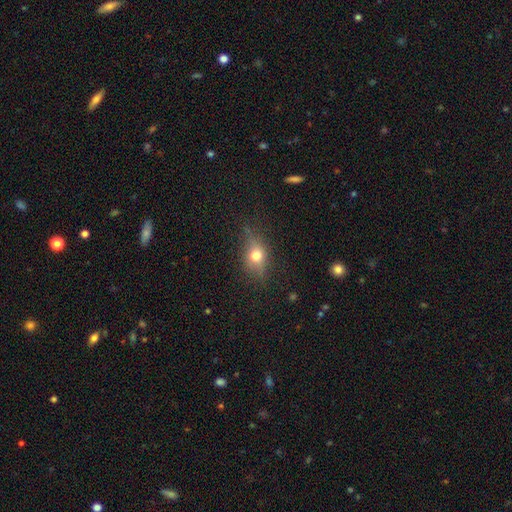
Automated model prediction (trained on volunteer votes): Smooth or featured? smooth (61%)
How rounded? in between (61%)
Merging? none (75%)